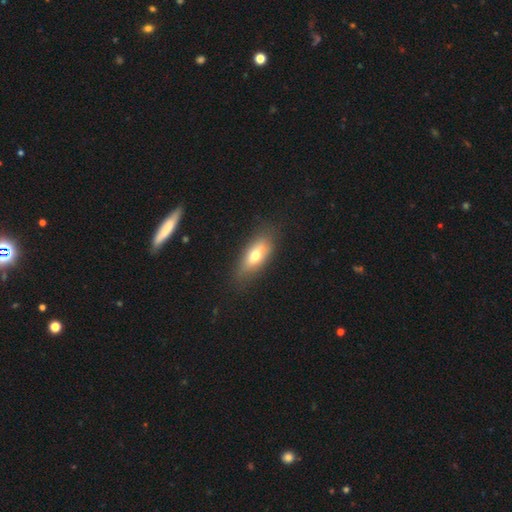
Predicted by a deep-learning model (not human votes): Smooth or featured? smooth (64%)
How rounded? in between (77%)
Merging? none (74%)